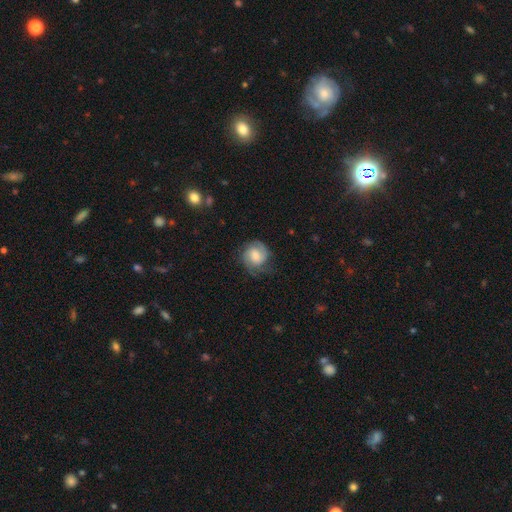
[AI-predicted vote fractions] Smooth or featured? featured or disk (57%)
Edge-on disk? no (98%)
Bar? no (51%)
Spiral arms? yes (91%)
Spiral winding? tight (44%)
Spiral arm count? 2 (63%)
Bulge size? moderate (45%)
Merging? none (62%)